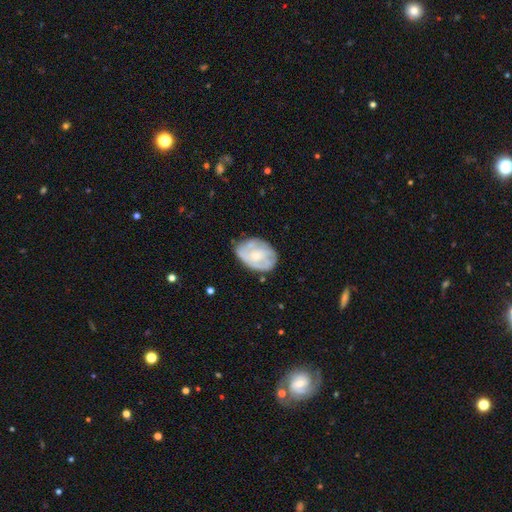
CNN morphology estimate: A featured or disk galaxy (61%) with no bar (78%), spiral arms (63%) and a small central bulge (60%).

Vote fractions:
- Smooth or featured? featured or disk: 61% / smooth: 33% / star or artifact: 6%
- Edge-on disk? no: 96% / yes: 4%
- Bar? no: 78% / weak: 19% / strong: 4%
- Spiral arms? yes: 63% / no: 37%
- Bulge size? small: 60% / moderate: 33% / none: 3% / large: 2% / dominant: 1%
- Merging? none: 67% / minor disturbance: 24% / major disturbance: 8% / merger: 2%